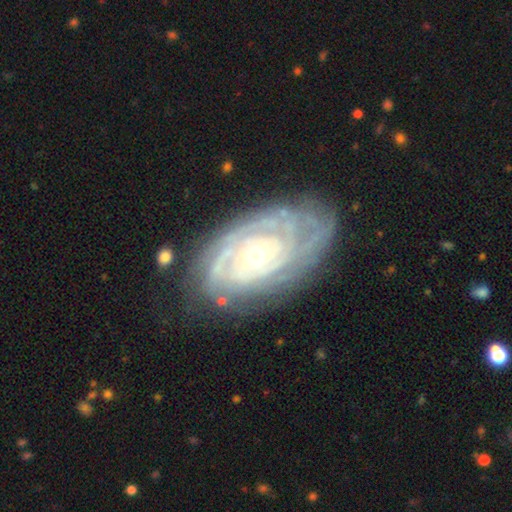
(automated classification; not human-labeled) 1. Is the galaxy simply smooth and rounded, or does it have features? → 88% featured or disk, 7% smooth, 5% star or artifact.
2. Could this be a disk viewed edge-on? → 95% no, 5% yes.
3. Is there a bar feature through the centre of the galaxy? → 79% no, 15% weak, 6% strong.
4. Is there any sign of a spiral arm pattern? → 95% yes, 5% no.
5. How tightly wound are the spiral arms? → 84% tight, 14% medium, 3% loose.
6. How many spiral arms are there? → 35% can't tell, 17% 3, 16% 2, 14% 4, 11% more than 4, 6% 1.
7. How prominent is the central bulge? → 48% moderate (tied), 48% small (tied), 2% large, 1% none, 1% dominant.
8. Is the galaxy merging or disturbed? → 75% none, 18% minor disturbance, 6% major disturbance, 2% merger.